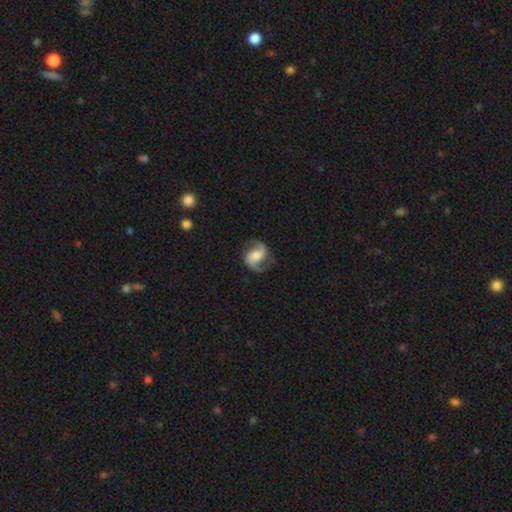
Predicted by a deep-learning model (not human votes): A featured or disk galaxy (86%) with a weak bar (43%), 2 (92%) medium (50%) spiral arms (97%) and a moderate central bulge (46%).

Vote fractions:
- Smooth or featured? featured or disk: 86% / smooth: 9% / star or artifact: 5%
- Edge-on disk? no: 98% / yes: 2%
- Bar? weak: 43% / no: 32% / strong: 25%
- Spiral arms? yes: 97% / no: 3%
- Spiral winding? medium: 50% / loose: 36% / tight: 14%
- Spiral arm count? 2: 92% / 1: 2% / can't tell: 2% / 3: 1% / 4: 1% / more than 4: 1%
- Bulge size? moderate: 46% / small: 26% / large: 16% / none: 9% / dominant: 2%
- Merging? none: 78% / minor disturbance: 14% / major disturbance: 7% / merger: 1%